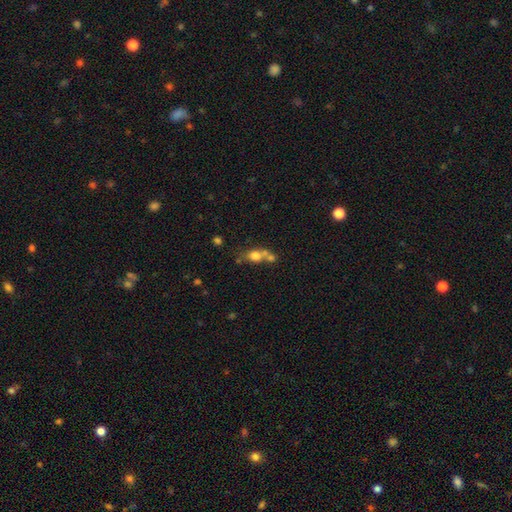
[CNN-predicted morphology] type=smooth (66%); roundness=round (56%); merging=merger (51%).